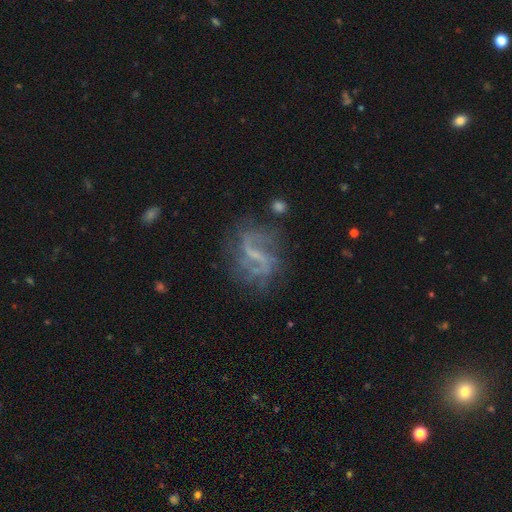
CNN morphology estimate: A featured or disk galaxy (80%) with a weak bar (42%), 2 (71%) loose (60%) spiral arms (85%) and no central bulge (45%). Merging: none (63%).